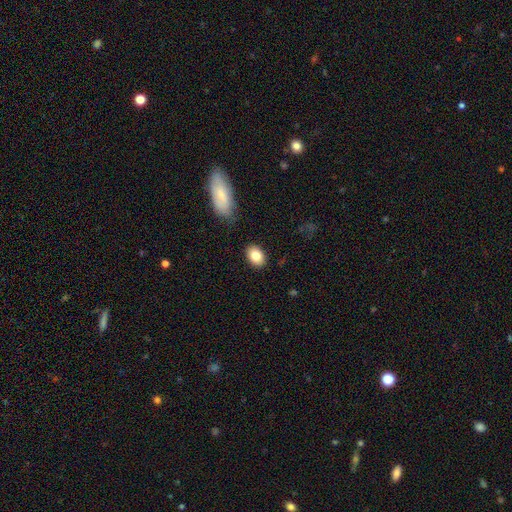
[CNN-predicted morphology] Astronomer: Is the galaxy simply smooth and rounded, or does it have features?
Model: smooth — 83%.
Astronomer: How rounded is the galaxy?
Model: in between — 77%.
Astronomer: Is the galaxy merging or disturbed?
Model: none — 87%.